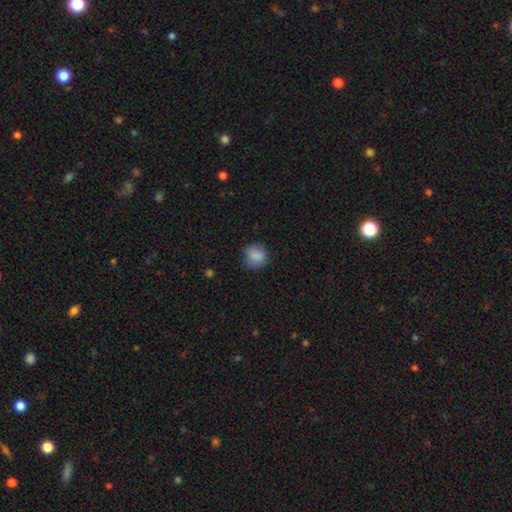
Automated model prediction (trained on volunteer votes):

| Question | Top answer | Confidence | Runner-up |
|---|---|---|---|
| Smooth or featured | smooth | 86% | star or artifact (8%) |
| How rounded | round | 78% | in between (21%) |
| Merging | none | 78% | minor disturbance (17%) |